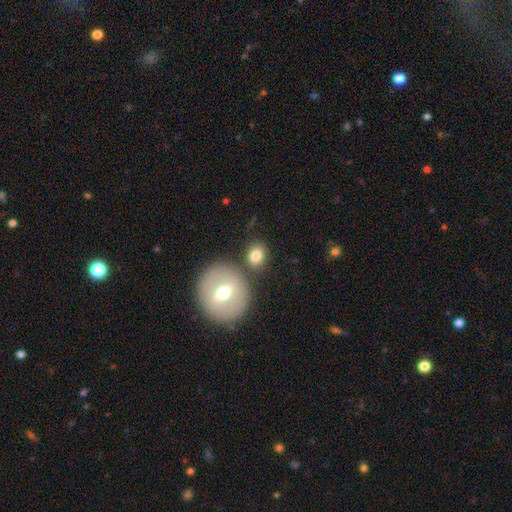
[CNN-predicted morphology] Smooth or featured? Predicted: smooth (p=0.80). How rounded? Predicted: round (p=0.55). Merging? Predicted: none (p=0.69).